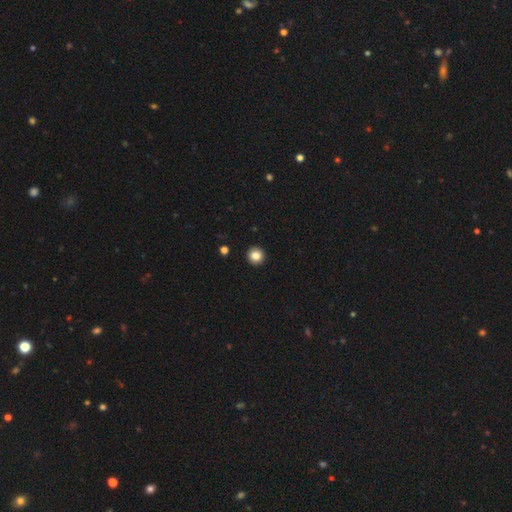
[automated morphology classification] Smooth or featured? smooth (84%)
How rounded? round (95%)
Merging? none (94%)